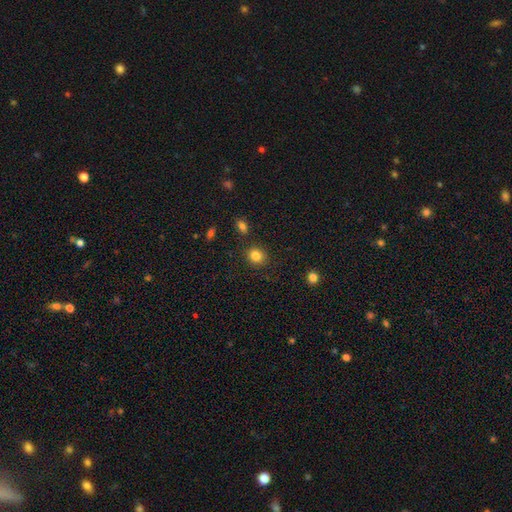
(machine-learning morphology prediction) Smooth or featured? smooth (84%)
How rounded? round (73%)
Merging? none (84%)